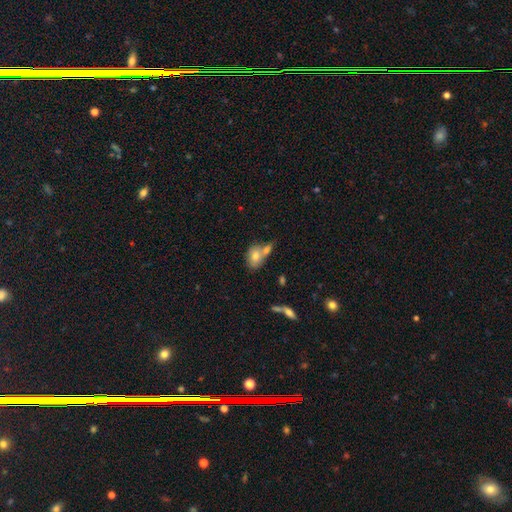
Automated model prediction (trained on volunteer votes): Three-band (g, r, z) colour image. It shows a smooth galaxy with no disk features (75%) that is in between round and cigar-shaped (68%). Merging: merger (44%).